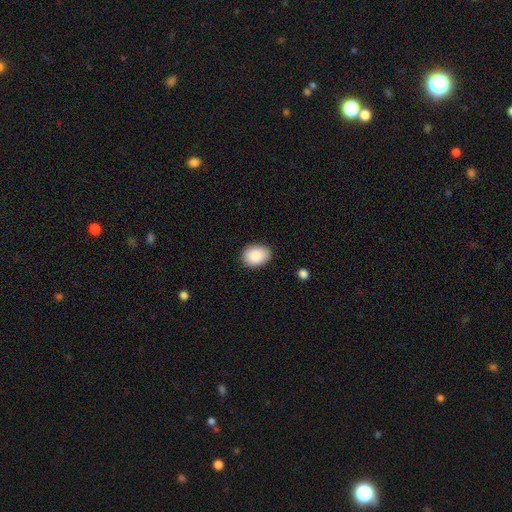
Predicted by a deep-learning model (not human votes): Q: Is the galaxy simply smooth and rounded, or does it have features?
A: smooth — 90%.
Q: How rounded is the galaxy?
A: in between — 71%.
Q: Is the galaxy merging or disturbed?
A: none — 85%.